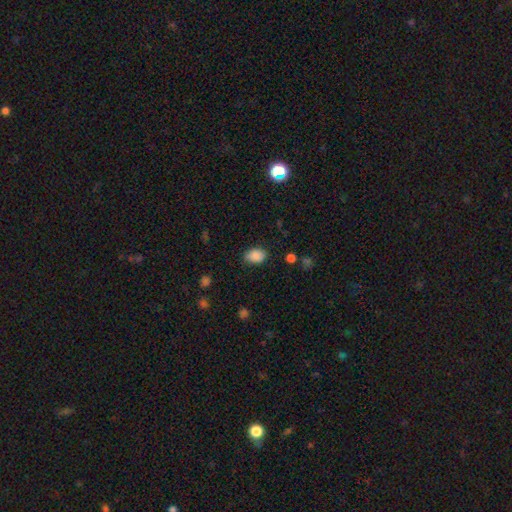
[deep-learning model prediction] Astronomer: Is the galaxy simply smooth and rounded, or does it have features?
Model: smooth — 88%.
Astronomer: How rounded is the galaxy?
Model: in between — 79%.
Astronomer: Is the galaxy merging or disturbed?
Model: none — 81%.